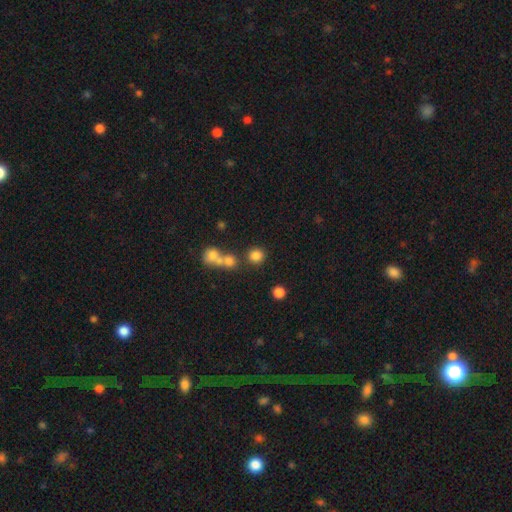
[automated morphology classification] smooth-or-featured: smooth: 79% | star or artifact: 14% | featured or disk: 6%
  how-rounded: round: 90% | in between: 9% | cigar-shaped: 1%
  merging: none: 73% | merger: 16% | minor disturbance: 7% | major disturbance: 4%